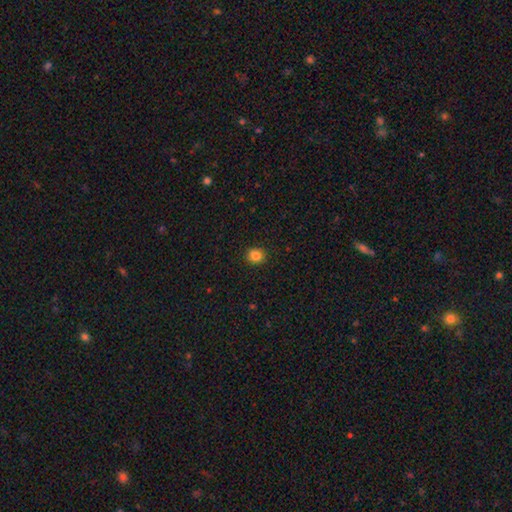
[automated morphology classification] Smooth or featured? Predicted: smooth (p=0.85). How rounded? Predicted: round (p=0.75). Merging? Predicted: none (p=0.91).